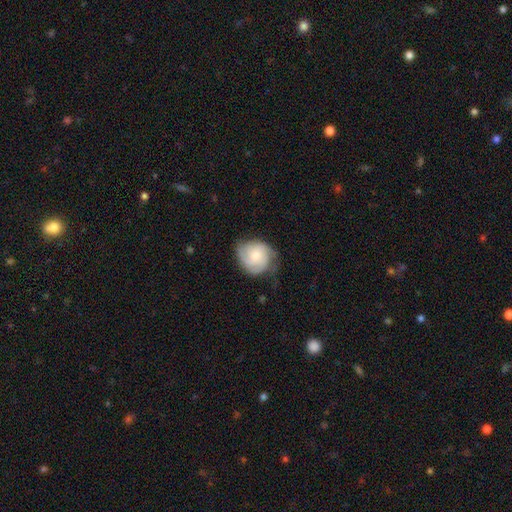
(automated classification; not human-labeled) A featured or disk galaxy (54%) with no bar (78%), spiral arms (88%) and a moderate central bulge (49%).

Vote fractions:
- Smooth or featured? featured or disk: 54% / smooth: 40% / star or artifact: 6%
- Edge-on disk? no: 98% / yes: 2%
- Bar? no: 78% / weak: 19% / strong: 3%
- Spiral arms? yes: 88% / no: 12%
- Bulge size? moderate: 49% / small: 43% / large: 4% / none: 3% / dominant: 1%
- Merging? none: 56% / minor disturbance: 31% / major disturbance: 12% / merger: 1%